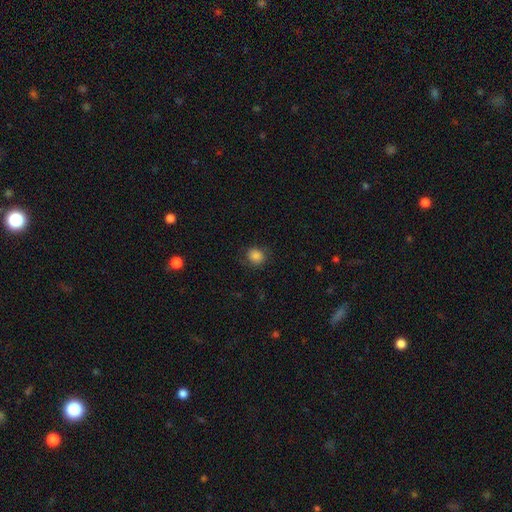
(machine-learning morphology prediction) Q: Smooth or featured?
A: smooth (82%); runner-up: star or artifact (10%)
Q: How rounded?
A: round (76%); runner-up: in between (23%)
Q: Merging?
A: none (72%); runner-up: minor disturbance (19%)